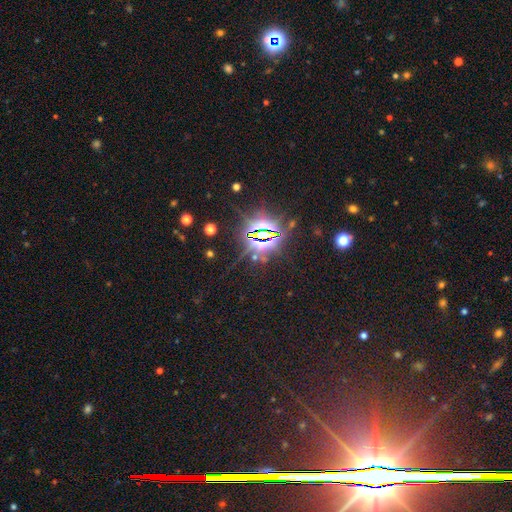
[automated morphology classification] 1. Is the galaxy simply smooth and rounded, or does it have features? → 84% star or artifact, 8% smooth, 7% featured or disk.